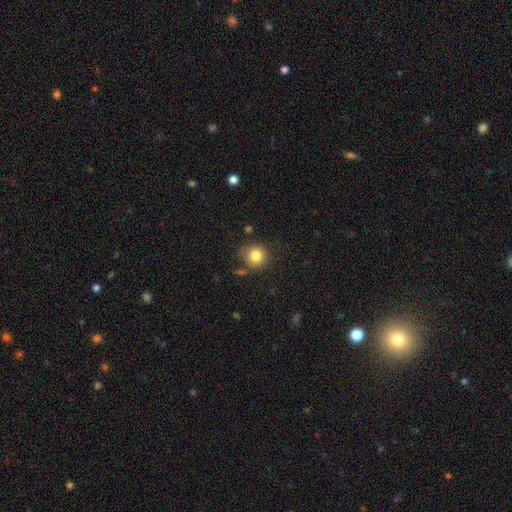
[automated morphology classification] A smooth galaxy with no disk features (82%) that is round (86%).

Vote fractions:
- Smooth or featured? smooth: 82% / star or artifact: 11% / featured or disk: 7%
- How rounded? round: 86% / in between: 13% / cigar-shaped: 1%
- Merging? none: 77% / minor disturbance: 14% / merger: 5% / major disturbance: 4%